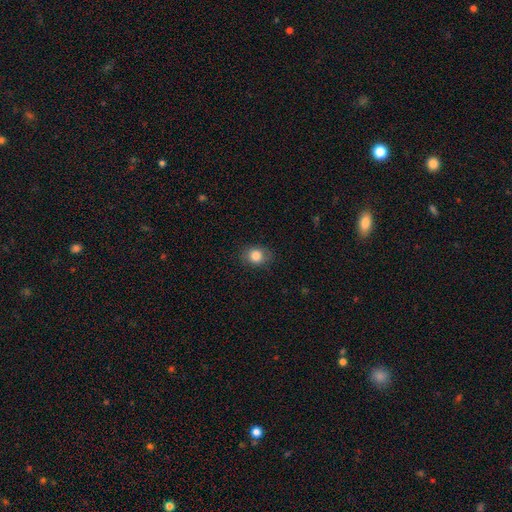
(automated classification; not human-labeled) Smooth or featured? smooth (84%)
How rounded? round (57%)
Merging? none (80%)